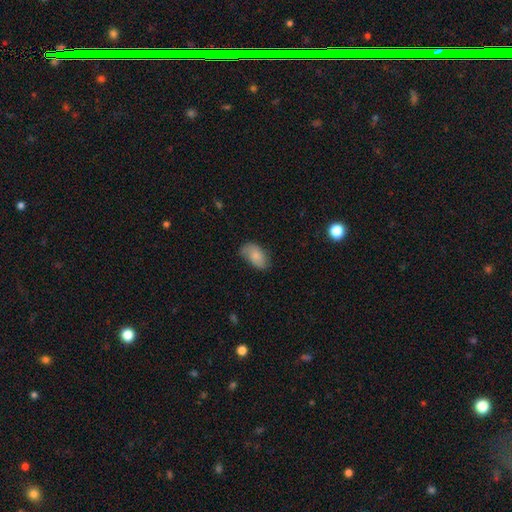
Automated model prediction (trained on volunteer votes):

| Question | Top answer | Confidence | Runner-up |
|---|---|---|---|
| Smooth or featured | smooth | 76% | featured or disk (17%) |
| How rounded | in between | 93% | round (5%) |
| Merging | none | 64% | minor disturbance (27%) |